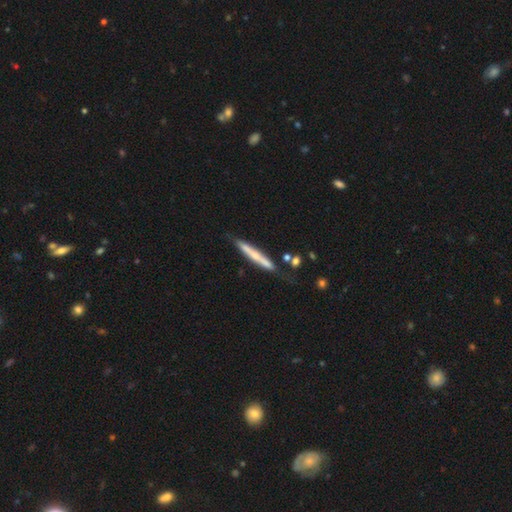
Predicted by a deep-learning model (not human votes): The model was most divided on "smooth or featured": featured or disk: 55%, smooth: 39%, star or artifact: 6%. More confident: edge-on disk — yes (91%); merging — none (70%).